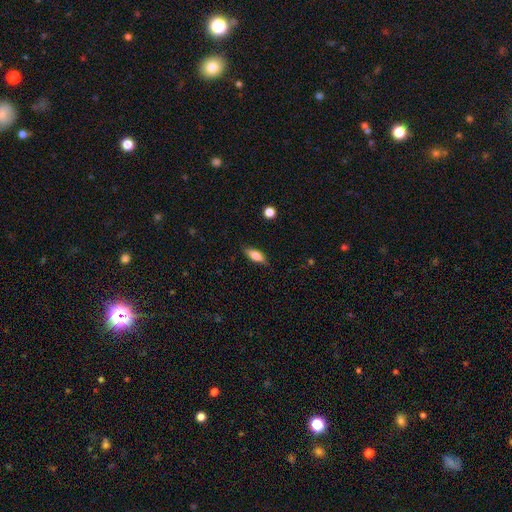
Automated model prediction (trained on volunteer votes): Smooth or featured: smooth — 76% (featured or disk — 17%)
How rounded: in between — 72% (cigar-shaped — 25%)
Merging: none — 82% (minor disturbance — 14%)